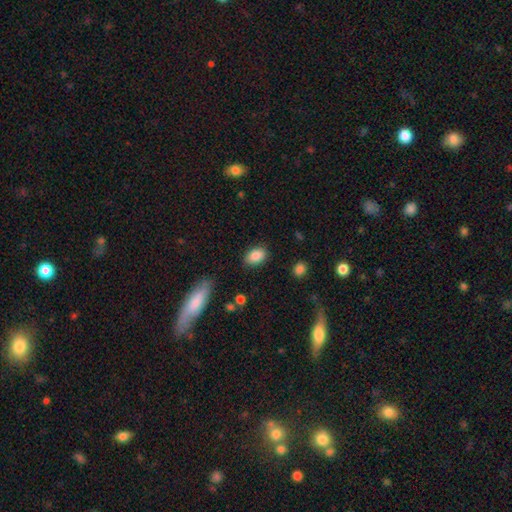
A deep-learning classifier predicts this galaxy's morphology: smooth_or_featured: smooth (p=0.86) [alt: star or artifact p=0.08]
how_rounded: in between (p=0.86) [alt: round p=0.13]
merging: none (p=0.84) [alt: minor disturbance p=0.11]